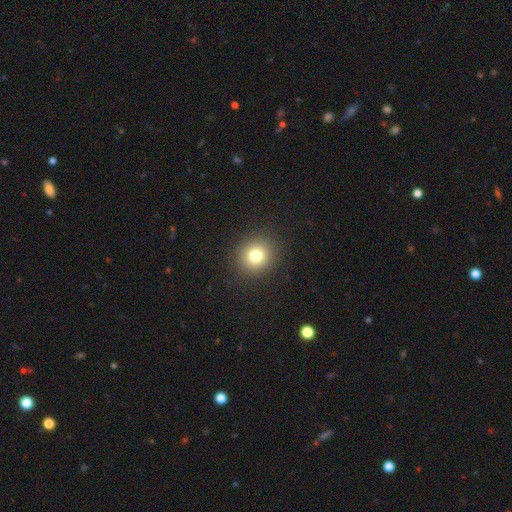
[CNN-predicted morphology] Smooth or featured?
  - smooth: 78% *
  - star or artifact: 13%
  - featured or disk: 8%
How rounded?
  - round: 88% *
  - in between: 11%
  - cigar-shaped: 1%
Merging?
  - none: 91% *
  - minor disturbance: 5%
  - major disturbance: 2%
  - merger: 1%